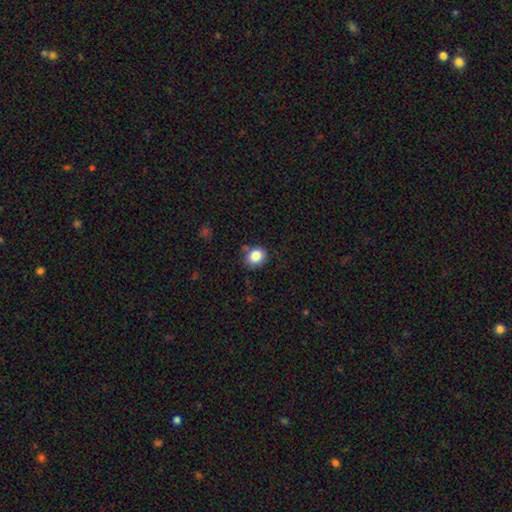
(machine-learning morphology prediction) smooth_or_featured: smooth (p=0.85) [alt: star or artifact p=0.10]
how_rounded: round (p=0.66) [alt: in between p=0.33]
merging: none (p=0.78) [alt: minor disturbance p=0.15]